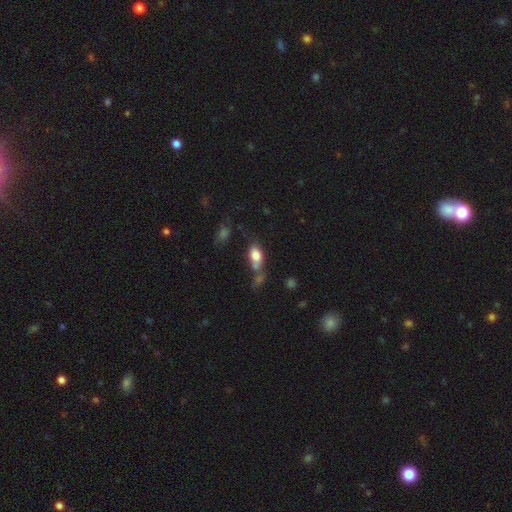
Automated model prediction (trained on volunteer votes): This is likely a smooth galaxy (77%). How rounded: clearly in between (84%). Merging: marginally none (37%).